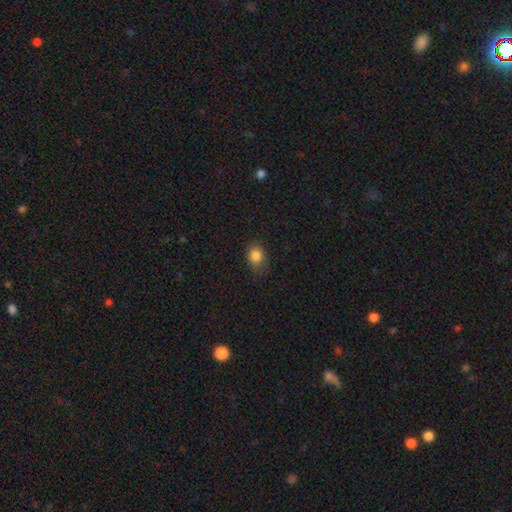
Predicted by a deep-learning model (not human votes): The model was most divided on "how rounded": in between: 59%, round: 40%, cigar-shaped: 1%. More confident: smooth or featured — smooth (84%); merging — none (75%).